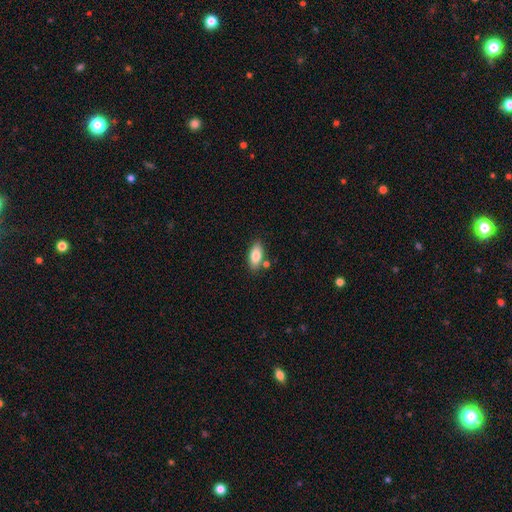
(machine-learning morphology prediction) This appears to be a smooth galaxy with no disk features (81%) that is in between round and cigar-shaped (88%). Merging: none (78%).